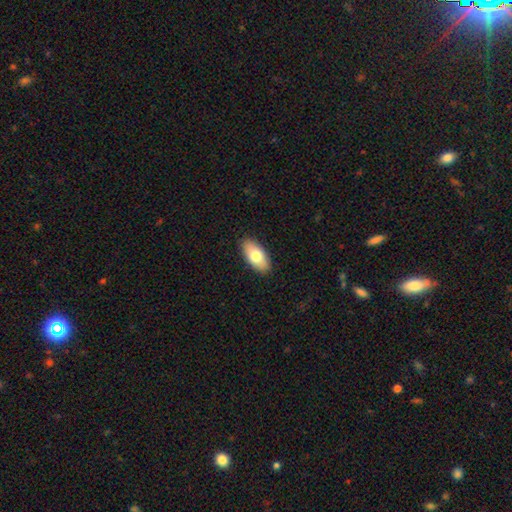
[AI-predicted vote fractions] Smooth or featured? smooth (75%)
How rounded? in between (93%)
Merging? none (89%)